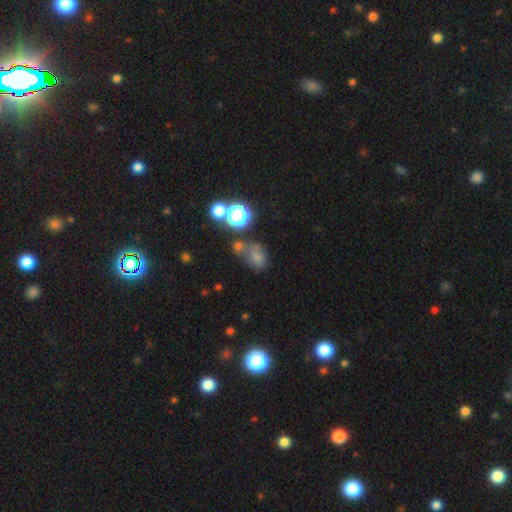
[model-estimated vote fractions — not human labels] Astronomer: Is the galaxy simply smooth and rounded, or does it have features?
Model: smooth — 62%.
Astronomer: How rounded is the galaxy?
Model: in between — 58% (runner-up: round, 41%).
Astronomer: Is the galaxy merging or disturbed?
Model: none — 42% (runner-up: merger, 25%).